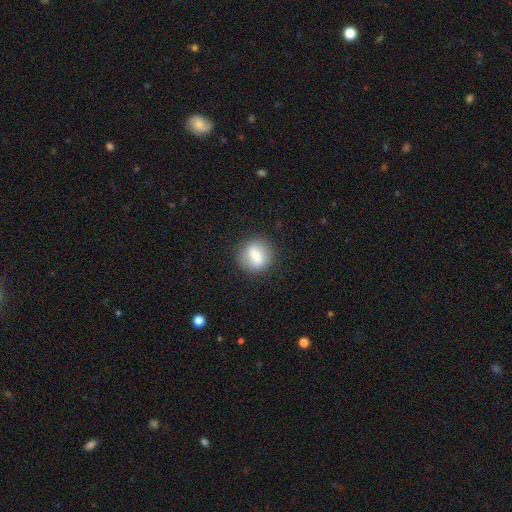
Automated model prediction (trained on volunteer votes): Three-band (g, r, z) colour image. It shows a smooth galaxy with no disk features (69%) that is round (79%). Merging: none (86%).